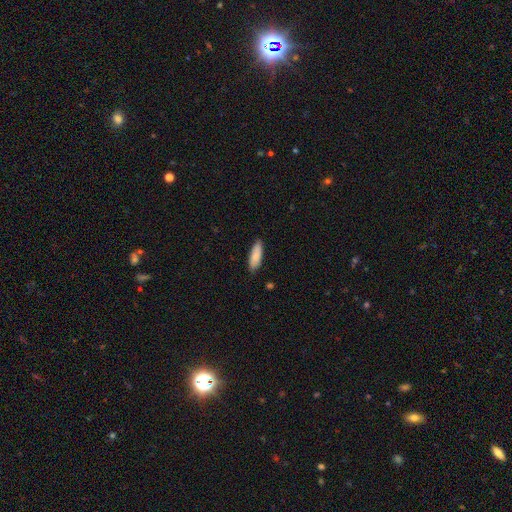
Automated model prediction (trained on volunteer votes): smooth 87%, featured or disk 7%, star or artifact 6%. Down the decision tree: how rounded — in between (54%); merging — none (85%).